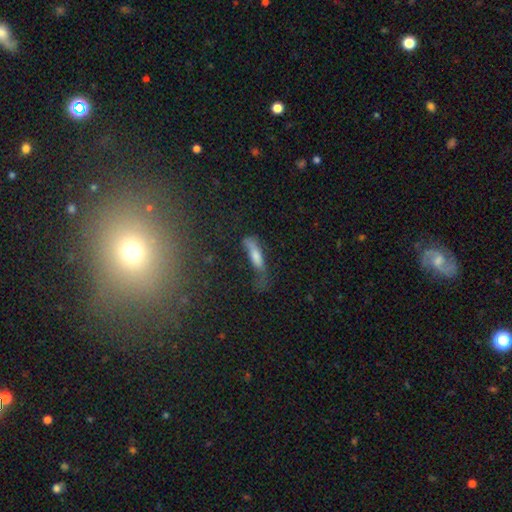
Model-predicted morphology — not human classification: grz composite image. It shows a smooth galaxy with no disk features (60%) that is cigar-shaped (71%). Merging: none (36%).